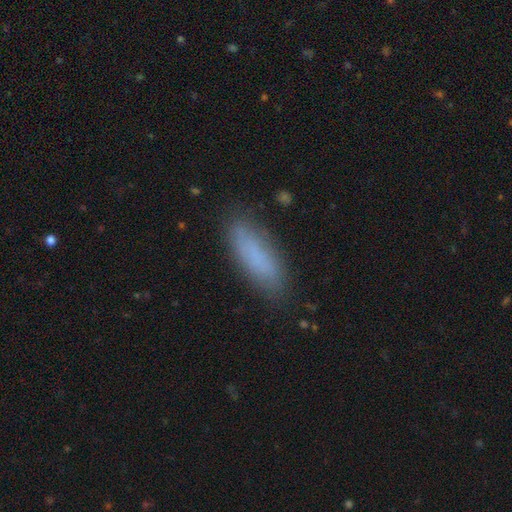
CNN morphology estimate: Q: Smooth or featured?
A: smooth (78%); runner-up: featured or disk (14%)
Q: How rounded?
A: in between (51%); runner-up: cigar-shaped (47%)
Q: Merging?
A: none (81%); runner-up: minor disturbance (14%)